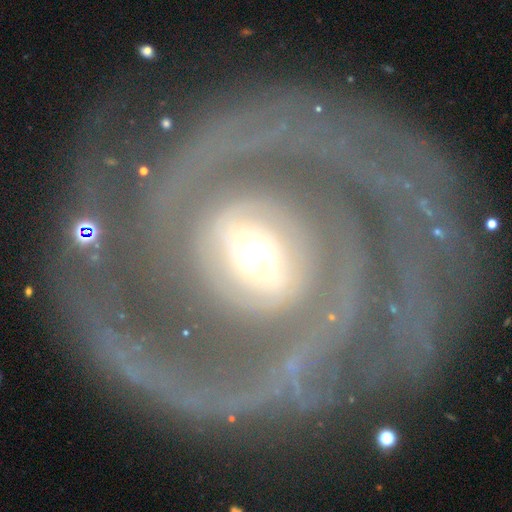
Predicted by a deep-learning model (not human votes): This appears to be a featured or disk galaxy (88%) with a strong bar (35%), 2 (52%) tight (57%) spiral arms (90%) and a small central bulge (45%). Merging: none (66%).